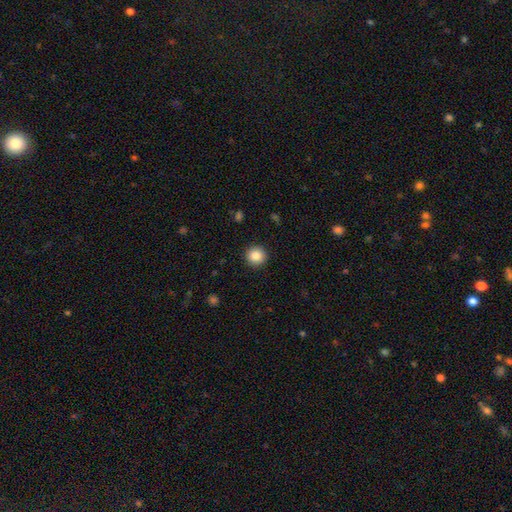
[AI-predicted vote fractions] Smooth or featured: smooth — 87% (star or artifact — 9%)
How rounded: round — 95% (in between — 5%)
Merging: none — 92% (minor disturbance — 5%)